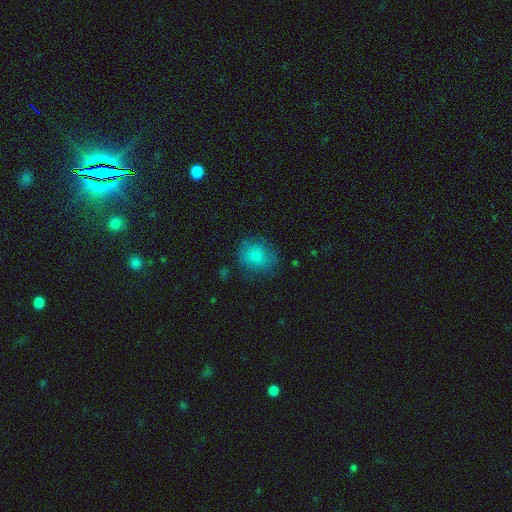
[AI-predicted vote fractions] Overall: smooth (78%). How rounded: round (76%). Merging: none (68%).